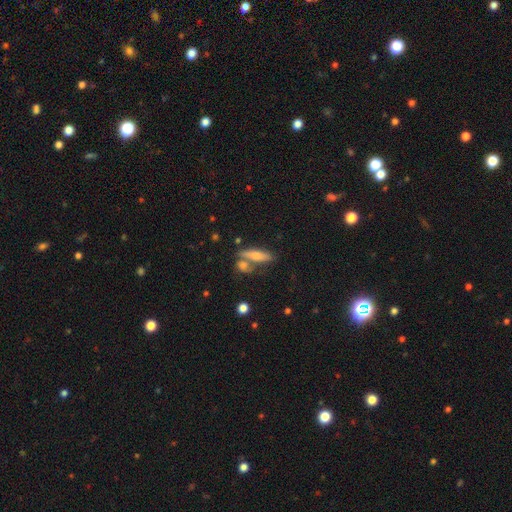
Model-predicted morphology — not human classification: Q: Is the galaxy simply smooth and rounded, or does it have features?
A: smooth — 71%.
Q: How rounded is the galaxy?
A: cigar-shaped — 62%.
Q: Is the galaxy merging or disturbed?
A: none — 54%.